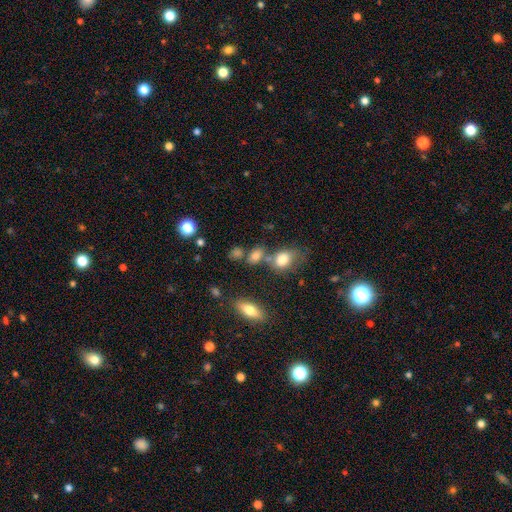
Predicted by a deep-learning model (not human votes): A smooth galaxy with no disk features (77%) that is in between round and cigar-shaped (69%). Merging: none (53%).